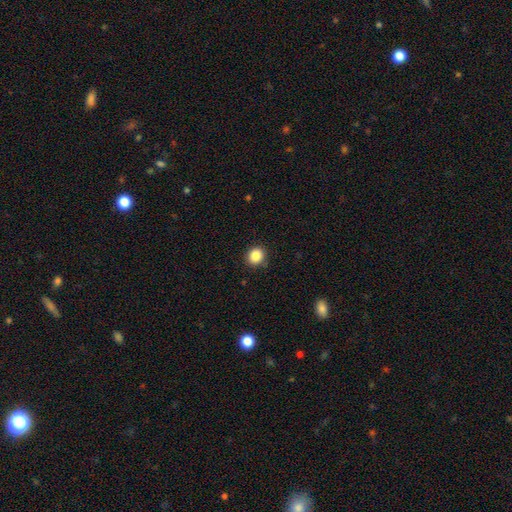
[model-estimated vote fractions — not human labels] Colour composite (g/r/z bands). It shows a smooth galaxy with no disk features (87%) that is round (74%). Merging: none (88%).